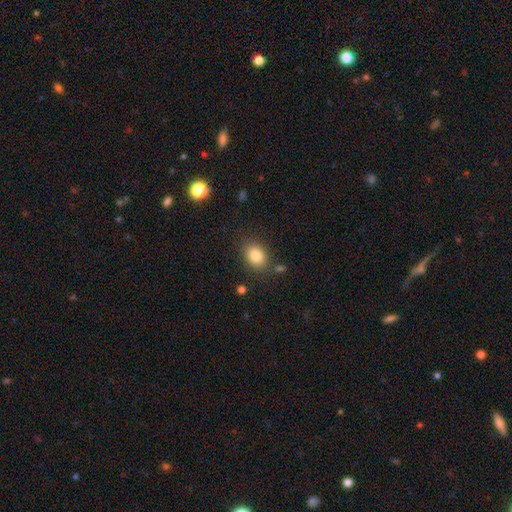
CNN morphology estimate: smooth_or_featured: smooth (p=0.84) [alt: star or artifact p=0.09]
how_rounded: in between (p=0.62) [alt: round p=0.37]
merging: none (p=0.81) [alt: minor disturbance p=0.12]